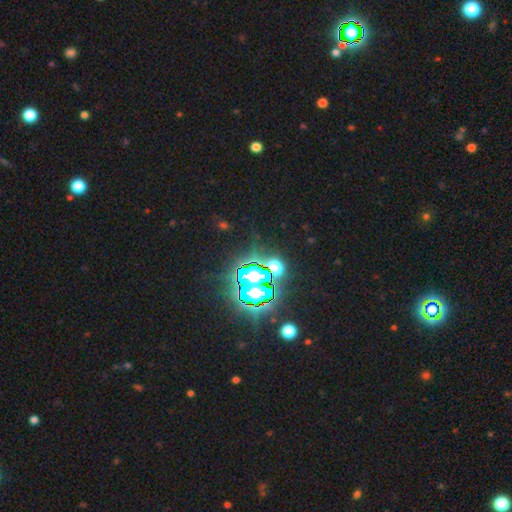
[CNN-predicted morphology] Q: Smooth or featured?
A: star or artifact (77%); runner-up: smooth (13%)